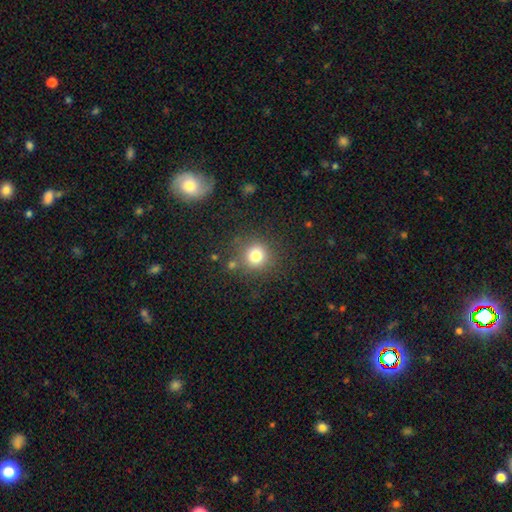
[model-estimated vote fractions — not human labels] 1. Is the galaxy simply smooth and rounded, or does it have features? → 79% smooth, 14% star or artifact, 7% featured or disk.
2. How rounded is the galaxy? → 91% round, 8% in between, 1% cigar-shaped.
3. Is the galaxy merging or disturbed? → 80% none, 10% minor disturbance, 5% merger, 4% major disturbance.